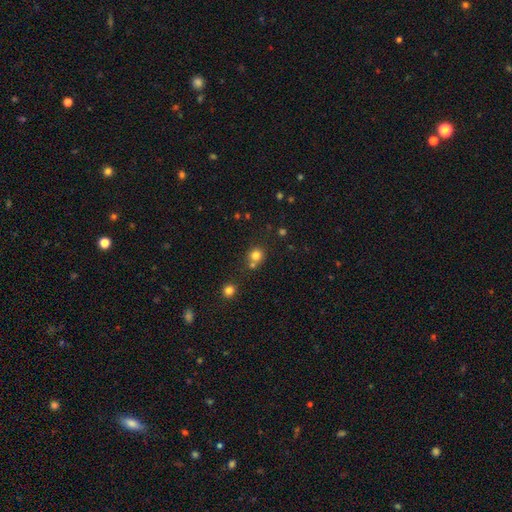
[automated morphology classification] Smooth or featured? Predicted: smooth (p=0.79). How rounded? Predicted: round (p=0.87). Merging? Predicted: none (p=0.63).